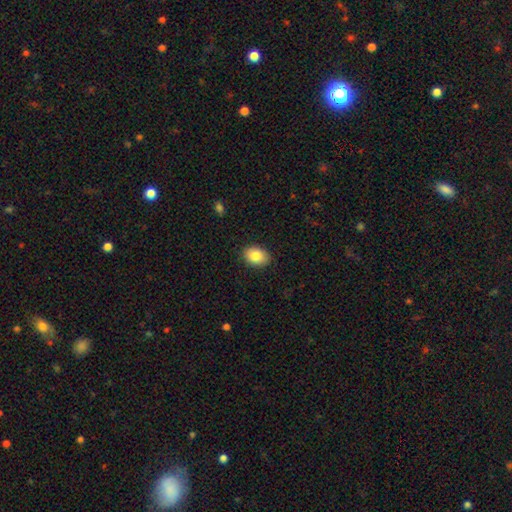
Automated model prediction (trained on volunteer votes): This is clearly a smooth galaxy (85%). How rounded: likely in between (76%). Merging: clearly none (89%).